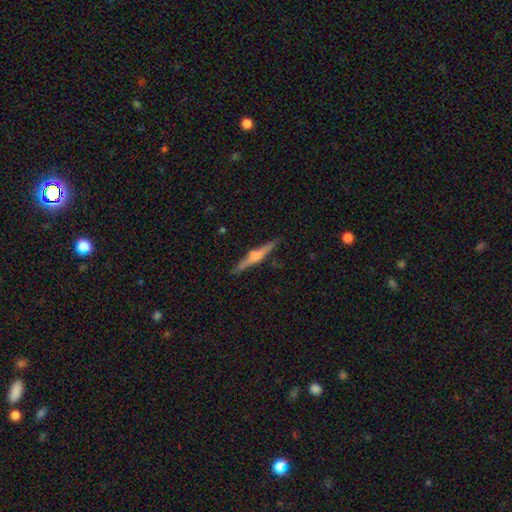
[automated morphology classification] A featured or disk galaxy (65%) viewed edge-on (97%) with a rounded central bulge (74%).

Vote fractions:
- Smooth or featured? featured or disk: 65% / smooth: 28% / star or artifact: 7%
- Edge-on disk? yes: 97% / no: 3%
- Edge-on bulge? rounded: 74% / boxy: 14% / none: 12%
- Merging? none: 85% / minor disturbance: 10% / merger: 3% / major disturbance: 2%